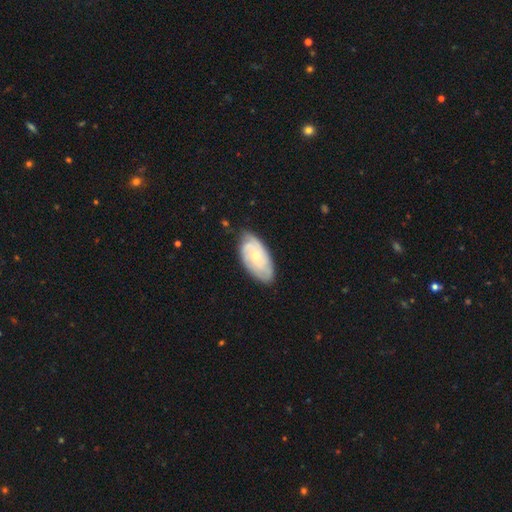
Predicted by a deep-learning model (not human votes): The model was most divided on "spiral arm count": can't tell: 45%, 2: 22%, 3: 18%, 4: 7%, 1: 4%, more than 4: 4%. More confident: edge-on disk — no (94%); spiral arms — yes (88%); bar — no (78%); merging — none (74%); spiral winding — tight (66%); smooth or featured — featured or disk (64%); bulge size — small (63%).